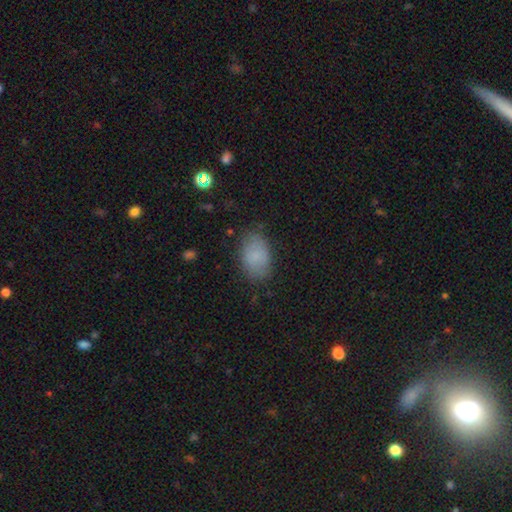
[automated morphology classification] smooth-or-featured: smooth: 83% | featured or disk: 9% | star or artifact: 8%
  how-rounded: in between: 89% | round: 10% | cigar-shaped: 1%
  merging: none: 78% | minor disturbance: 16% | major disturbance: 4% | merger: 1%